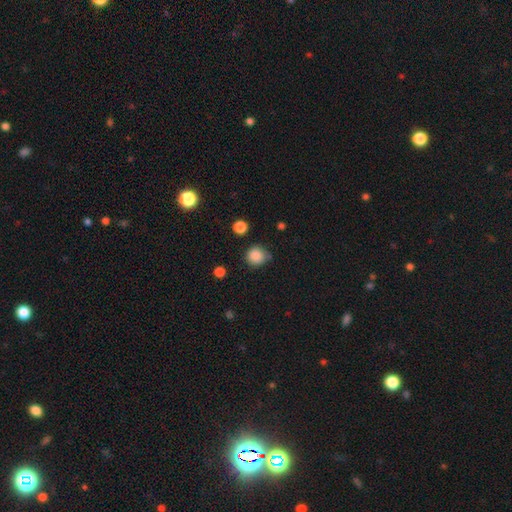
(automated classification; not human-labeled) Overall: smooth (86%). How rounded: round (90%). Merging: none (73%).